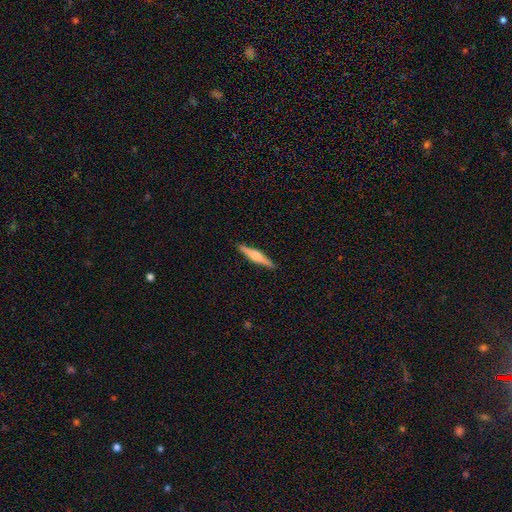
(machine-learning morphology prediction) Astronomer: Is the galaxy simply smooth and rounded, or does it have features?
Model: featured or disk — 55% (runner-up: smooth, 39%).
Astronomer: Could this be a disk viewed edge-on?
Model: yes — 97%.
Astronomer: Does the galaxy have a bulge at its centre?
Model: rounded — 72%.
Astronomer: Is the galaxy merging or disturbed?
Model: none — 91%.